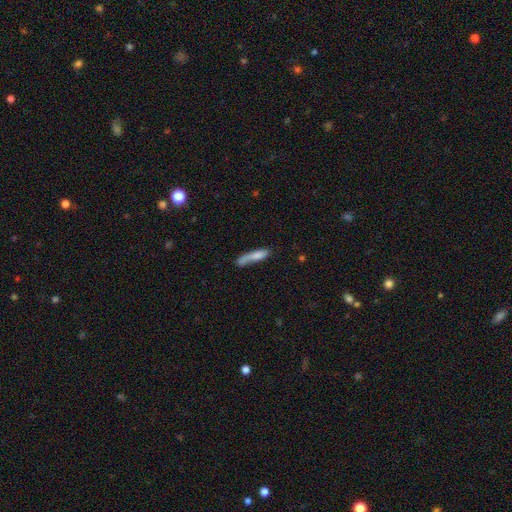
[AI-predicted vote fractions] Smooth or featured: smooth — 72% (featured or disk — 21%)
How rounded: cigar-shaped — 79% (in between — 19%)
Merging: none — 42% (minor disturbance — 23%)